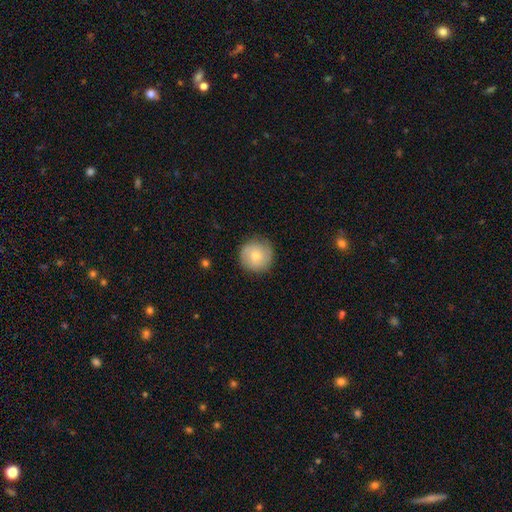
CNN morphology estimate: smooth_or_featured: smooth (p=0.71) [alt: featured or disk p=0.22]
how_rounded: round (p=0.94) [alt: in between p=0.05]
merging: none (p=0.85) [alt: minor disturbance p=0.11]